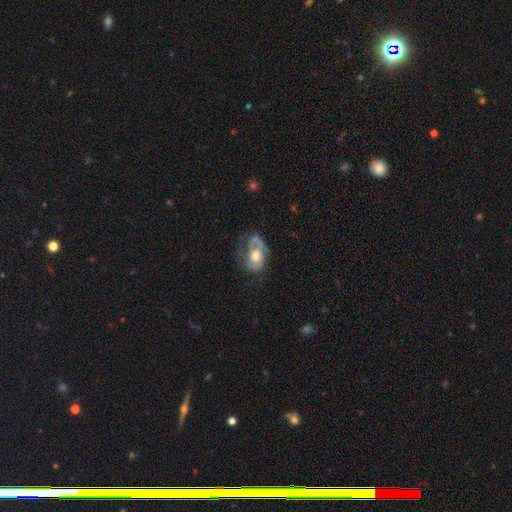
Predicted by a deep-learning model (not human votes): This appears to be a featured or disk galaxy (65%) with no bar (72%), spiral arms (71%) and a moderate central bulge (66%). Merging: none (41%).